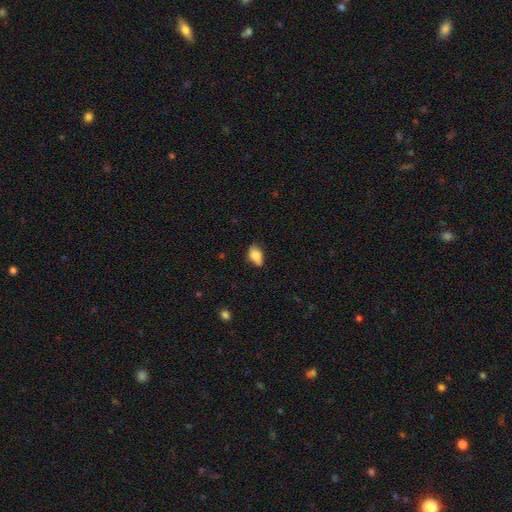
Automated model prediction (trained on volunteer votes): This is clearly a smooth galaxy (82%). How rounded: clearly in between (87%). Merging: possibly none (59%).